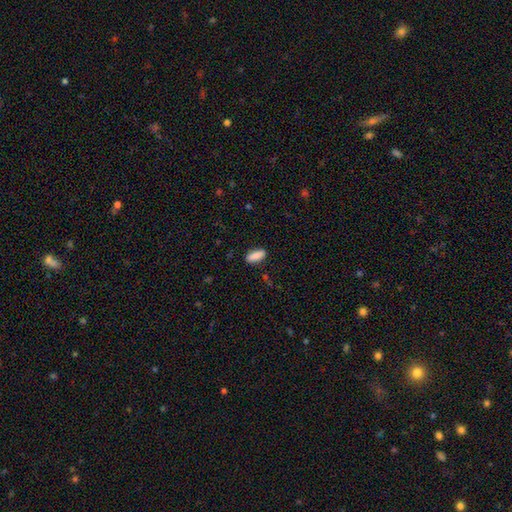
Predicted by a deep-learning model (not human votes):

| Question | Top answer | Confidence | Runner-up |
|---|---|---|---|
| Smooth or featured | smooth | 87% | star or artifact (7%) |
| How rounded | in between | 77% | cigar-shaped (21%) |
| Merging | none | 85% | minor disturbance (11%) |